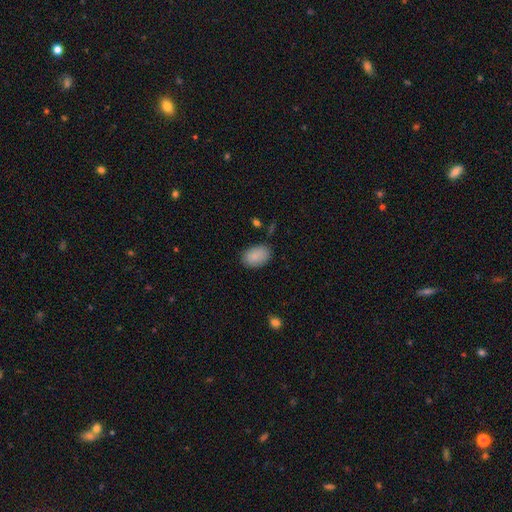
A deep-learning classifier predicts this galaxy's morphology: A smooth galaxy with no disk features (87%) that is in between round and cigar-shaped (86%). Merging: none (83%).